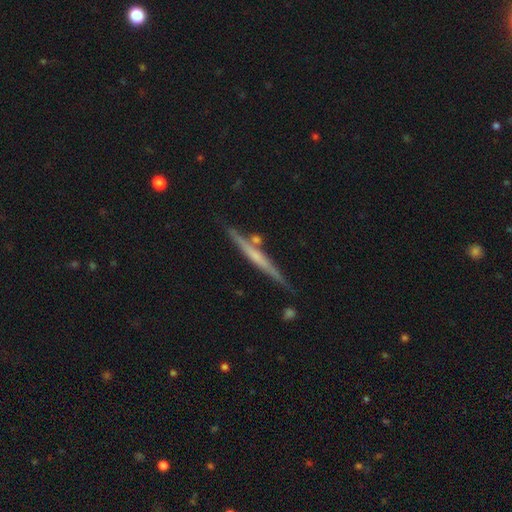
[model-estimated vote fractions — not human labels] A featured or disk galaxy (64%) viewed edge-on (97%) with no central bulge (63%). Merging: none (81%).